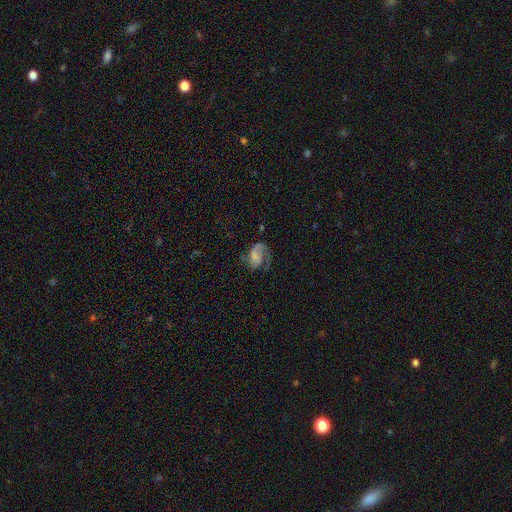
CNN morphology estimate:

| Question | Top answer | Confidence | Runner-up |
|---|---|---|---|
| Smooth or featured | featured or disk | 63% | smooth (27%) |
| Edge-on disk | no | 98% | yes (2%) |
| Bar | no | 62% | weak (31%) |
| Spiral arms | yes | 85% | no (15%) |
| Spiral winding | medium | 41% | loose (40%) |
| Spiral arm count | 1 | 44% | 2 (42%) |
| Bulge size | none | 50% | small (24%) |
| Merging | none | 38% | major disturbance (37%) |